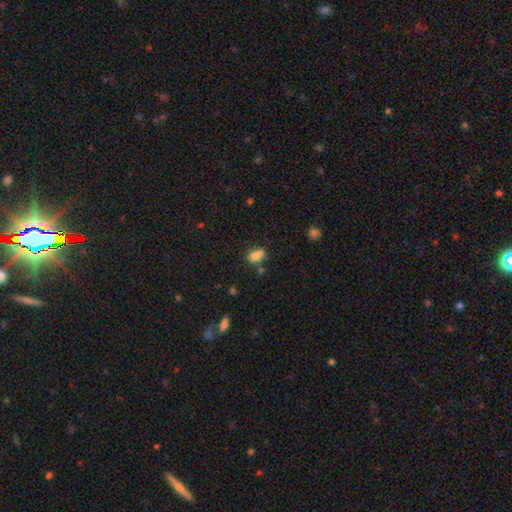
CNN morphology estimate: The model was most divided on "merging": none: 41%, merger: 36%, minor disturbance: 16%, major disturbance: 6%. More confident: smooth or featured — smooth (76%); how rounded — in between (54%).